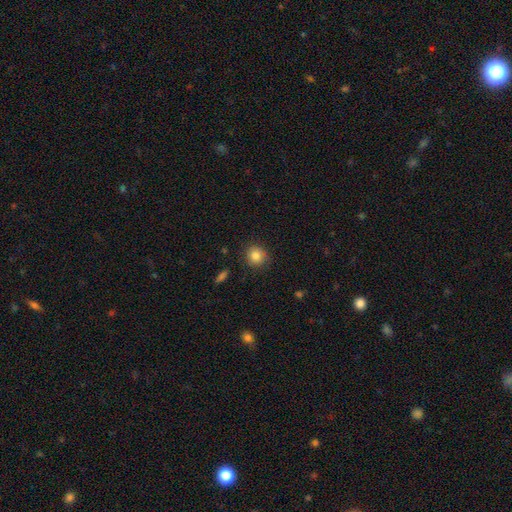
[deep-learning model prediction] This is clearly a smooth galaxy (83%). How rounded: clearly round (90%). Merging: clearly none (88%).